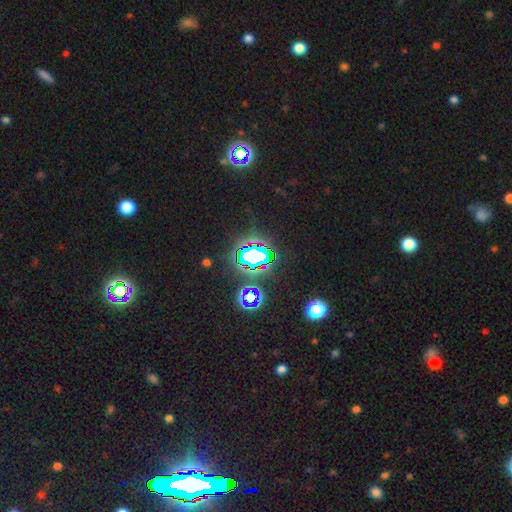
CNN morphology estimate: Smooth or featured: star or artifact — 72% (smooth — 16%)